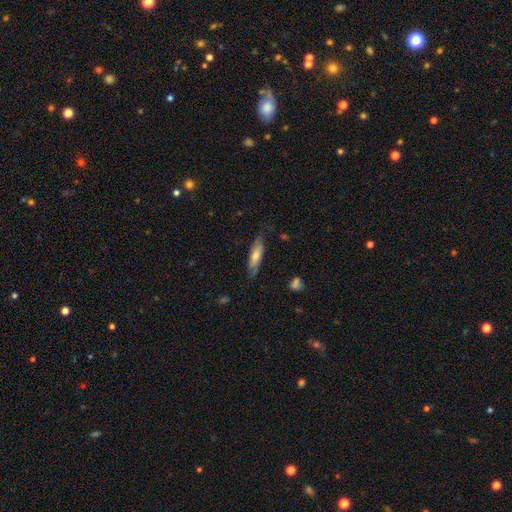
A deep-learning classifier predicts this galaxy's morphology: Smooth or featured: smooth — 52% (featured or disk — 42%)
How rounded: cigar-shaped — 54% (in between — 44%)
Merging: none — 70% (minor disturbance — 22%)